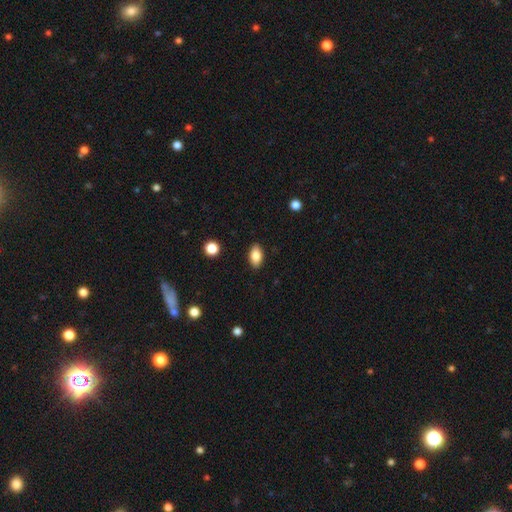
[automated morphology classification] Smooth or featured? smooth (83%)
How rounded? in between (91%)
Merging? none (89%)